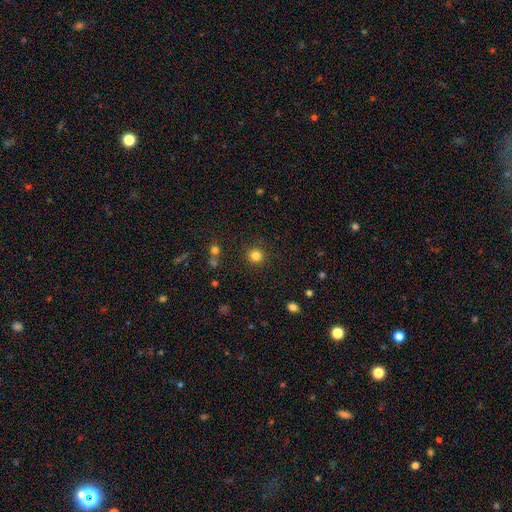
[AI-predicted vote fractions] This is clearly a smooth galaxy (82%). How rounded: clearly round (94%). Merging: clearly none (89%).